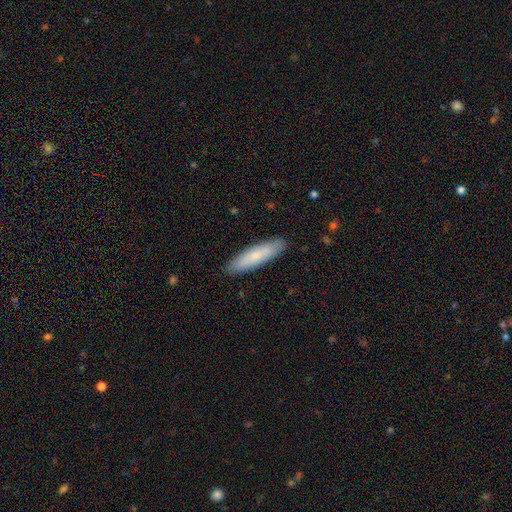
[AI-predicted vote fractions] Q: Smooth or featured?
A: smooth (72%); runner-up: featured or disk (23%)
Q: How rounded?
A: cigar-shaped (74%); runner-up: in between (24%)
Q: Merging?
A: none (89%); runner-up: minor disturbance (8%)